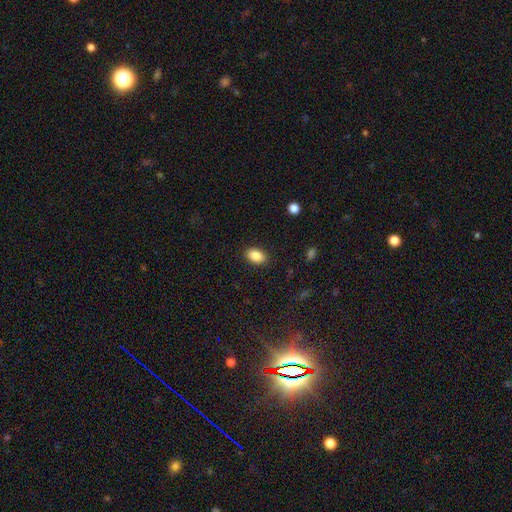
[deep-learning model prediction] The model was most divided on "merging": none: 88%, minor disturbance: 9%, major disturbance: 2%, merger: 1%. More confident: how rounded — in between (90%); smooth or featured — smooth (88%).